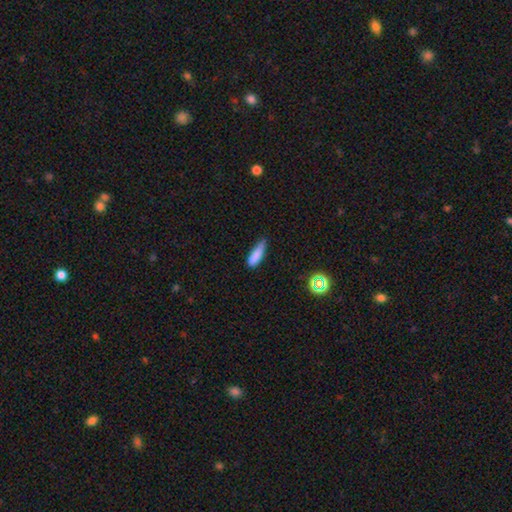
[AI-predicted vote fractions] The model was most divided on "merging": none: 57%, minor disturbance: 34%, major disturbance: 6%, merger: 2%. More confident: smooth or featured — smooth (83%); how rounded — cigar-shaped (63%).